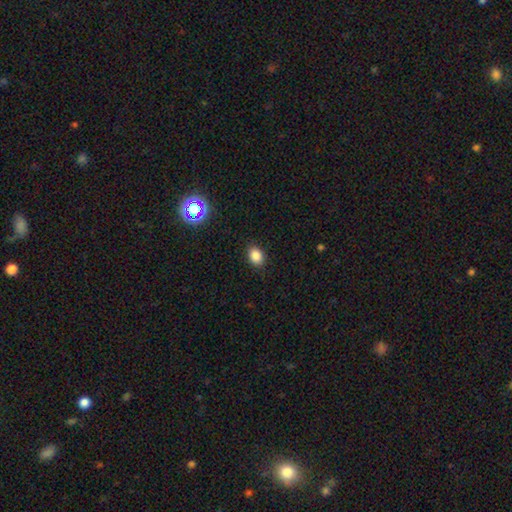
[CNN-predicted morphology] type=smooth (84%); roundness=in between (67%); merging=none (88%).